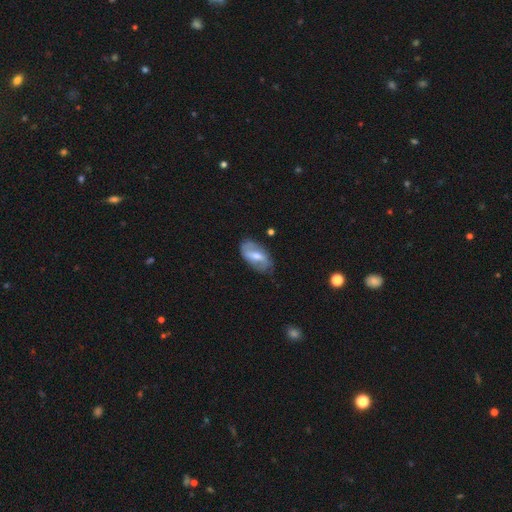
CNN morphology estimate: A featured or disk galaxy (61%) with a weak bar (45%), spiral arms (74%) and a moderate central bulge (57%).

Vote fractions:
- Smooth or featured? featured or disk: 61% / smooth: 33% / star or artifact: 6%
- Edge-on disk? no: 93% / yes: 7%
- Bar? weak: 45% / strong: 38% / no: 17%
- Spiral arms? yes: 74% / no: 26%
- Bulge size? moderate: 57% / small: 30% / large: 7% / none: 4% / dominant: 1%
- Merging? none: 70% / minor disturbance: 22% / major disturbance: 7% / merger: 2%